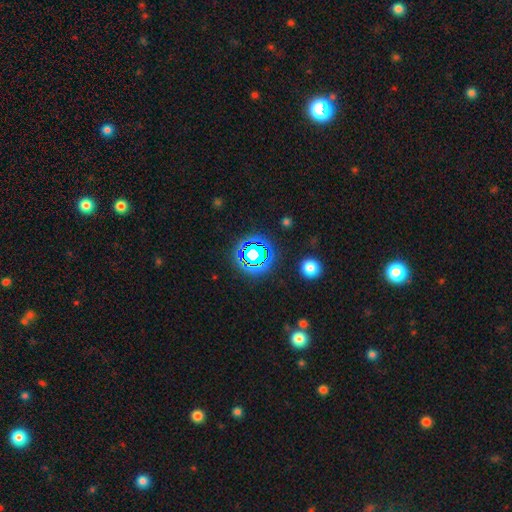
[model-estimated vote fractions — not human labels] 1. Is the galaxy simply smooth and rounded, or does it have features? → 75% star or artifact, 17% smooth, 9% featured or disk.